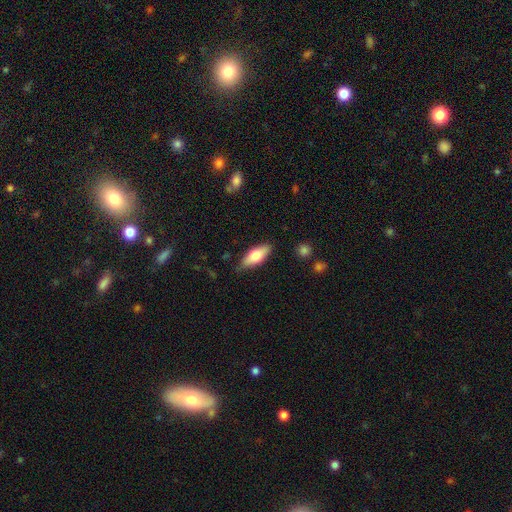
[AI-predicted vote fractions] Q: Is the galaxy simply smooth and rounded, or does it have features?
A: smooth — 68%.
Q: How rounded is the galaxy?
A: in between — 73%.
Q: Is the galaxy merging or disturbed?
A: none — 83%.